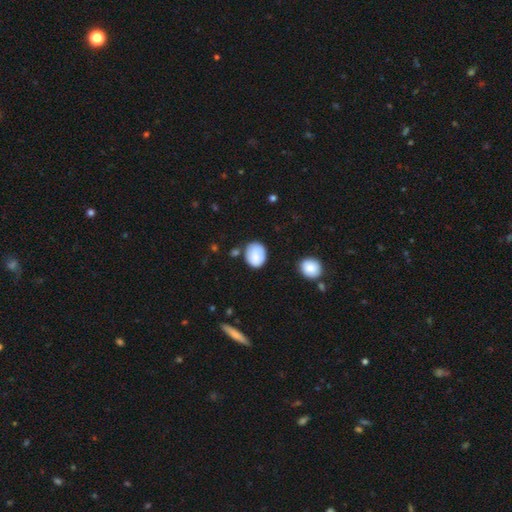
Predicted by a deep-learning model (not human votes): Smooth or featured: smooth — 84% (featured or disk — 9%)
How rounded: round — 53% (in between — 46%)
Merging: none — 70% (minor disturbance — 20%)